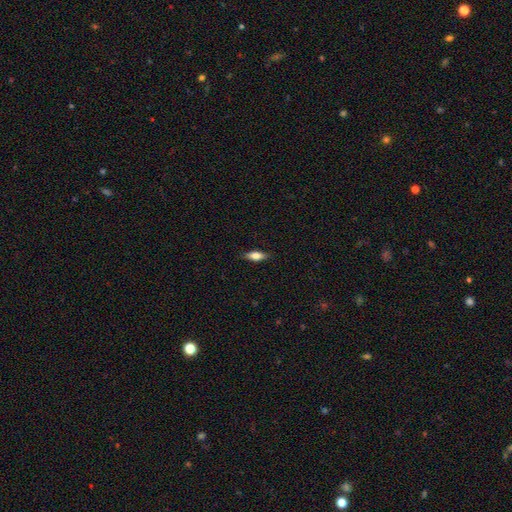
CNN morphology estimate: A smooth galaxy with no disk features (65%) that is in between round and cigar-shaped (66%).

Vote fractions:
- Smooth or featured? smooth: 65% / featured or disk: 28% / star or artifact: 7%
- How rounded? in between: 66% / cigar-shaped: 31% / round: 3%
- Merging? none: 87% / minor disturbance: 10% / major disturbance: 2% / merger: 1%